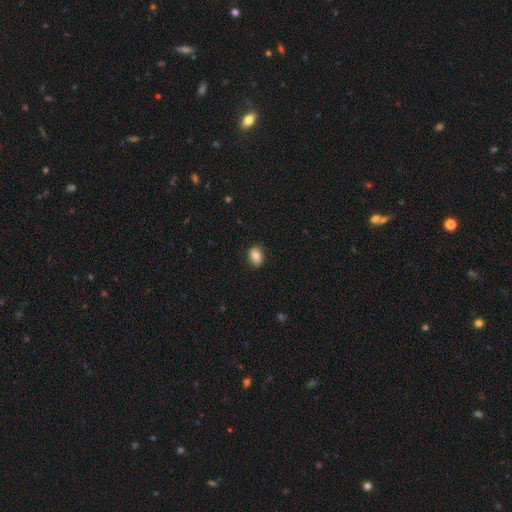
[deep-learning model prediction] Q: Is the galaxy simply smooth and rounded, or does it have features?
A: smooth — 81%.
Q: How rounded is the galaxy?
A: in between — 74%.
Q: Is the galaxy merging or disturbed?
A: none — 86%.